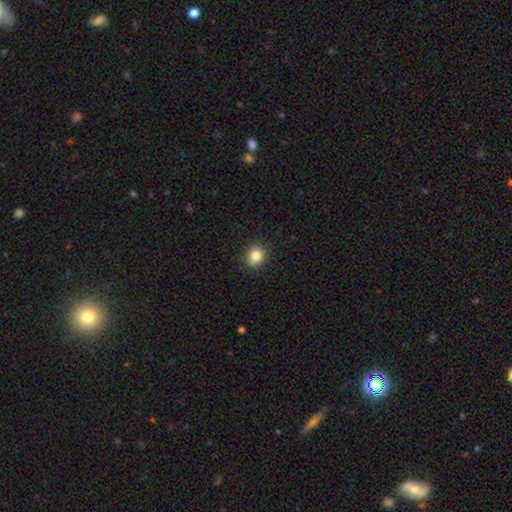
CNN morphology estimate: Smooth or featured?
  - smooth: 83% *
  - star or artifact: 11%
  - featured or disk: 6%
How rounded?
  - round: 83% *
  - in between: 16%
  - cigar-shaped: 1%
Merging?
  - none: 87% *
  - minor disturbance: 10%
  - major disturbance: 2%
  - merger: 1%